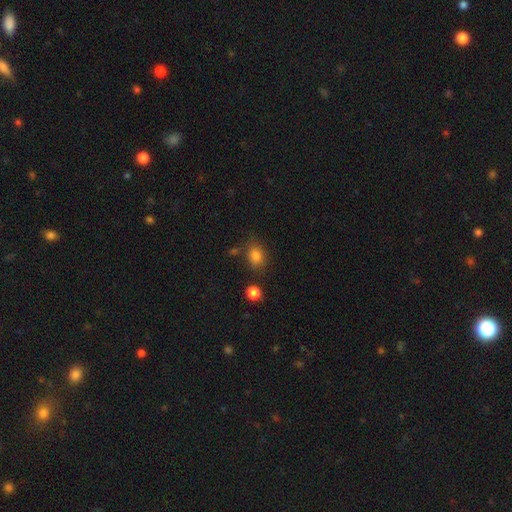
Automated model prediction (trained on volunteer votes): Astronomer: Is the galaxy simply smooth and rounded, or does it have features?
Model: smooth — 83%.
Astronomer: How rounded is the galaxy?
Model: in between — 58% (runner-up: round, 41%).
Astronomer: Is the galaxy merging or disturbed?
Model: none — 72%.